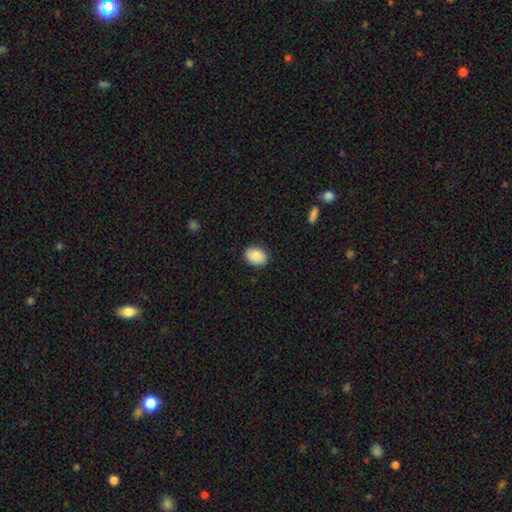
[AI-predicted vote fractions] This is clearly a smooth galaxy (87%). How rounded: likely in between (73%). Merging: clearly none (87%).